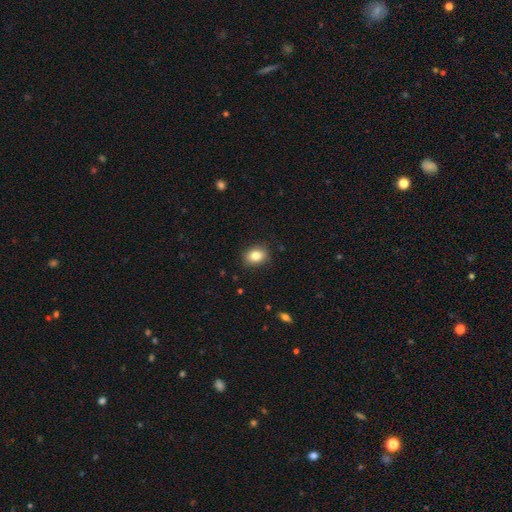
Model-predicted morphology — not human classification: Smooth or featured: smooth — 83% (star or artifact — 9%)
How rounded: in between — 60% (round — 39%)
Merging: none — 87% (minor disturbance — 10%)